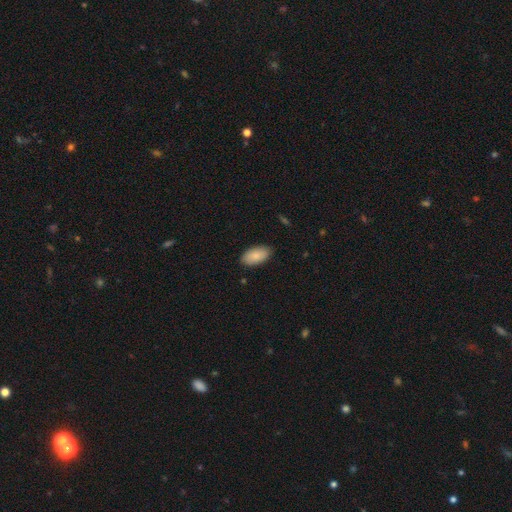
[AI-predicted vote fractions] The model was most divided on "merging": none: 86%, minor disturbance: 11%, major disturbance: 2%, merger: 1%. More confident: how rounded — in between (95%); smooth or featured — smooth (86%).